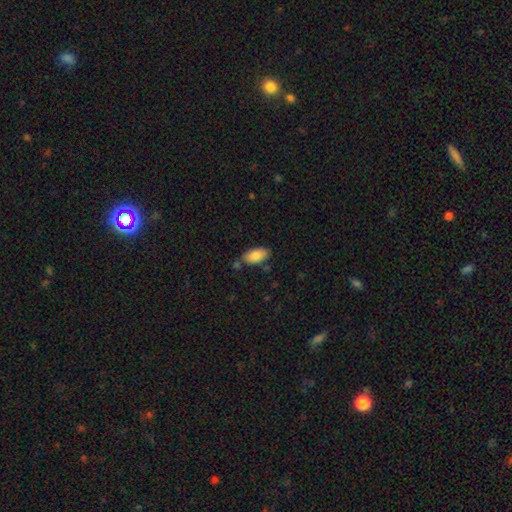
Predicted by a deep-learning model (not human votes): Smooth or featured?
  - smooth: 85% *
  - featured or disk: 8%
  - star or artifact: 7%
How rounded?
  - in between: 92% *
  - cigar-shaped: 5%
  - round: 2%
Merging?
  - none: 76% *
  - minor disturbance: 15%
  - merger: 6%
  - major disturbance: 3%